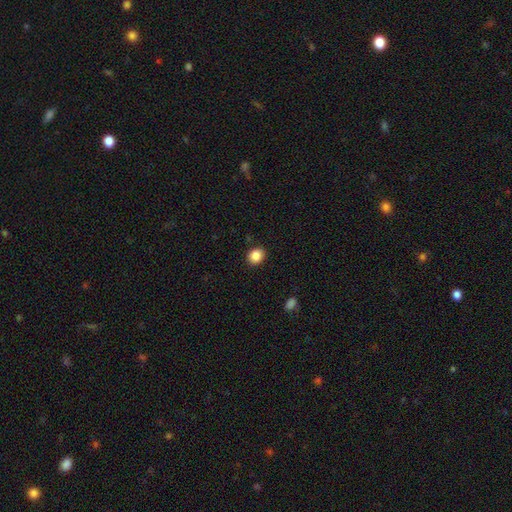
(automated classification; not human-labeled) Morphology: type=smooth (86%); roundness=round (70%); merging=none (90%).